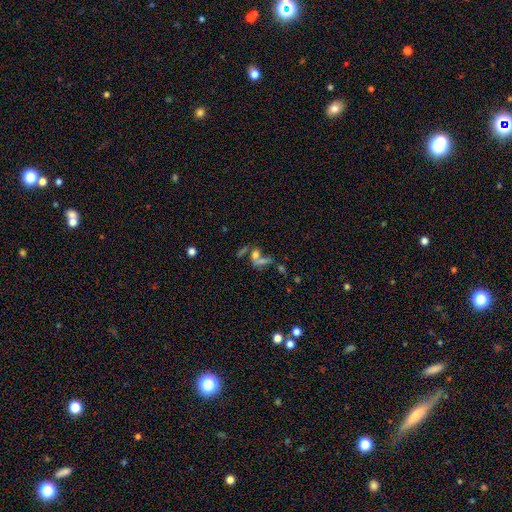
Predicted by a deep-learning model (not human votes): Overall: featured or disk (41%; smooth 34%). Merging: merger (50%; none 26%).